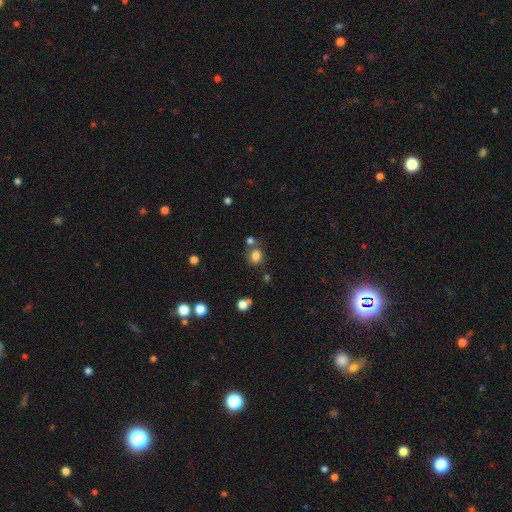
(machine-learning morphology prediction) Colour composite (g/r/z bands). It shows a smooth galaxy with no disk features (80%) that is round (70%). Merging: none (64%).